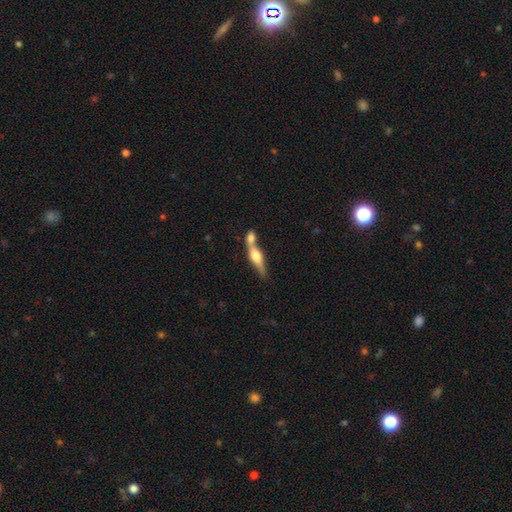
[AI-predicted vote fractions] Smooth or featured: featured or disk — 58% (smooth — 35%)
Edge-on disk: yes — 90% (no — 10%)
Edge-on bulge: rounded — 89% (boxy — 7%)
Merging: merger — 48% (none — 39%)